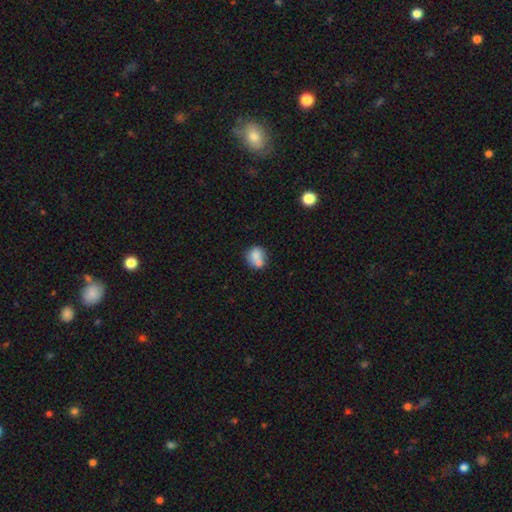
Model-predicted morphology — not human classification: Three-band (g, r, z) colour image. It shows a smooth galaxy with no disk features (75%) that is round (74%). Merging: none (46%).